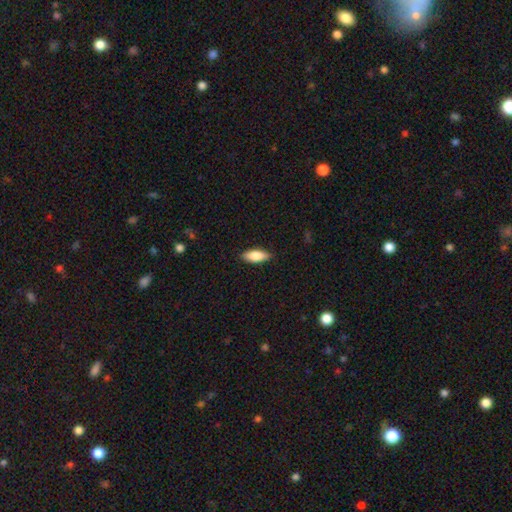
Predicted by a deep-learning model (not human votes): Q: Smooth or featured?
A: smooth (82%); runner-up: featured or disk (12%)
Q: How rounded?
A: in between (79%); runner-up: cigar-shaped (19%)
Q: Merging?
A: none (84%); runner-up: minor disturbance (12%)